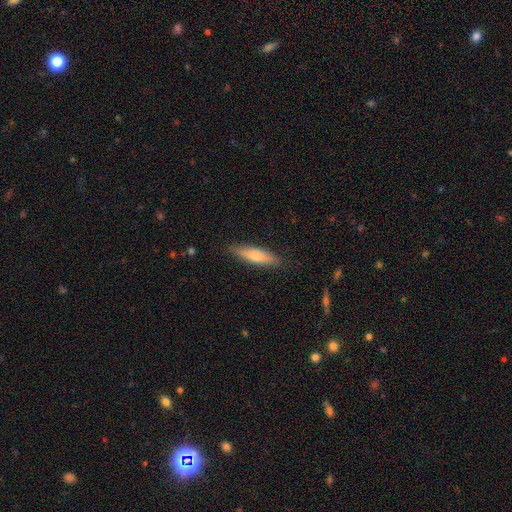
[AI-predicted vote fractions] Overall: smooth (65%; featured or disk 29%). How rounded: cigar-shaped (71%). Merging: none (86%).